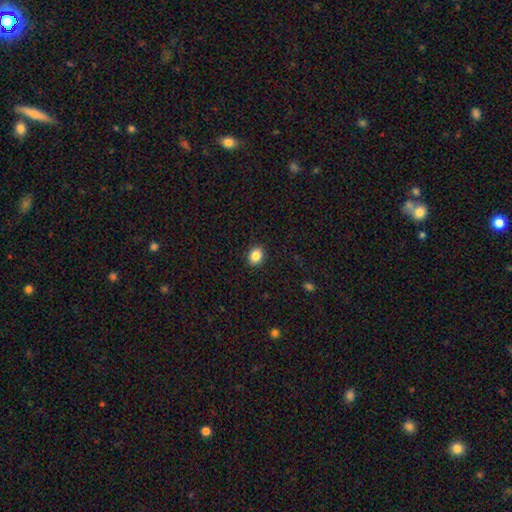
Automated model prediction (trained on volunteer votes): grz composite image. It shows a smooth galaxy with no disk features (86%) that is in between round and cigar-shaped (53%). Merging: none (90%).